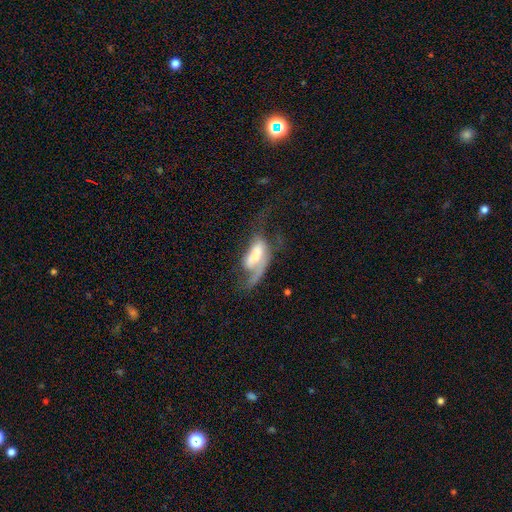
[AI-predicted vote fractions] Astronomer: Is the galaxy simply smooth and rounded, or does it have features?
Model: featured or disk — 55% (runner-up: smooth, 37%).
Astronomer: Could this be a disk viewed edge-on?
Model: no — 91%.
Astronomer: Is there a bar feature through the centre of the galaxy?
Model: no — 48% (runner-up: weak, 30%).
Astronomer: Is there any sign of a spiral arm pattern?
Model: yes — 63%.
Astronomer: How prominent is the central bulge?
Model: moderate — 29% (runner-up: small, 23%).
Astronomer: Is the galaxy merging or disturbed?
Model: major disturbance — 55%.